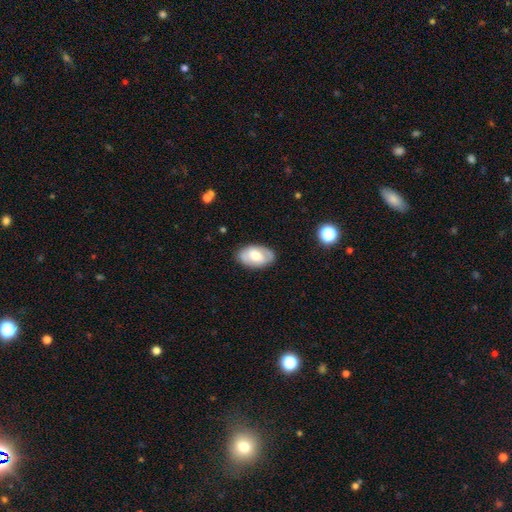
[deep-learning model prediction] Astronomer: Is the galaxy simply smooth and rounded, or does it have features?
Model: smooth — 55% (runner-up: featured or disk, 39%).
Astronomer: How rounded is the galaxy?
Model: in between — 92%.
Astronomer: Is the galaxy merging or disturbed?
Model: none — 83%.